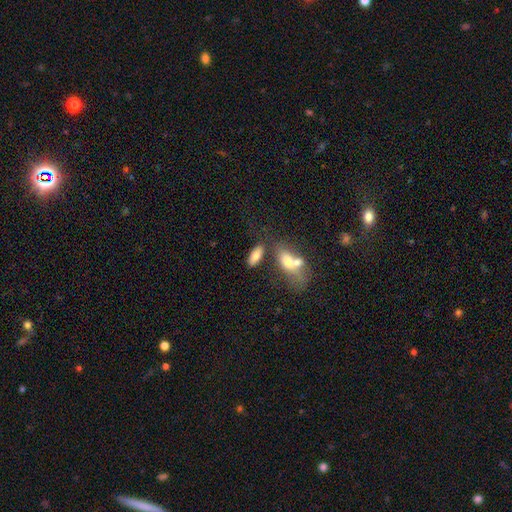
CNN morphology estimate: smooth 76%, featured or disk 16%, star or artifact 8%. Down the decision tree: how rounded — in between (79%); merging — none (55%).